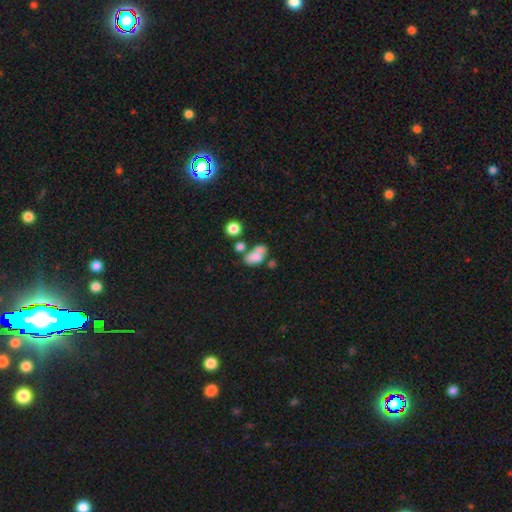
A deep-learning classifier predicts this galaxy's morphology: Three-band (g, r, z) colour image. It shows a smooth galaxy with no disk features (67%) that is in between round and cigar-shaped (86%). Merging: merger (41%).